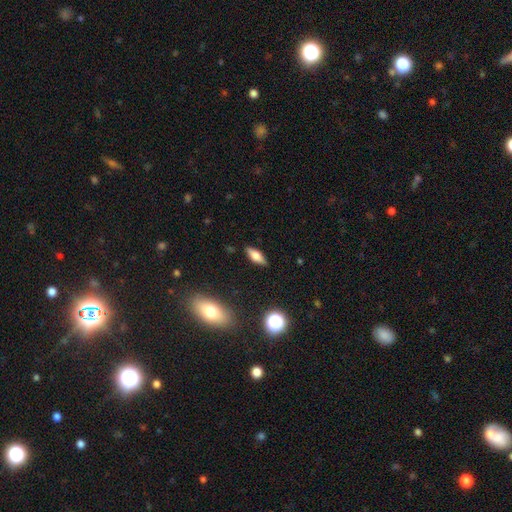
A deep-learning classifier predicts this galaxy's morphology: smooth 62%, featured or disk 30%, star or artifact 9%. Down the decision tree: how rounded — in between (67%); merging — none (87%).